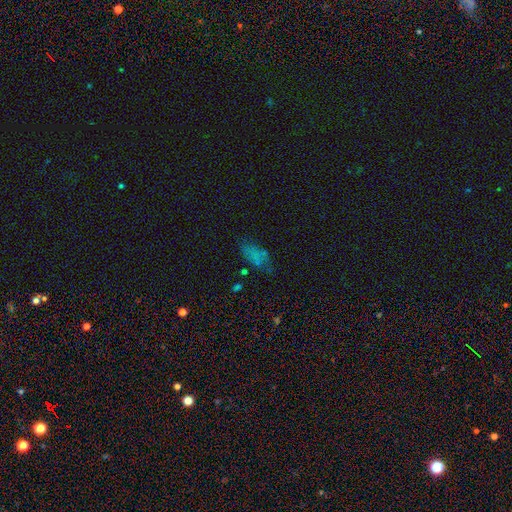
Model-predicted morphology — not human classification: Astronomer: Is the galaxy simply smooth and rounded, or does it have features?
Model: smooth — 64%.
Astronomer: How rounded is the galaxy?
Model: in between — 85%.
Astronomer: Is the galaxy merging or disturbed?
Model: none — 54%.